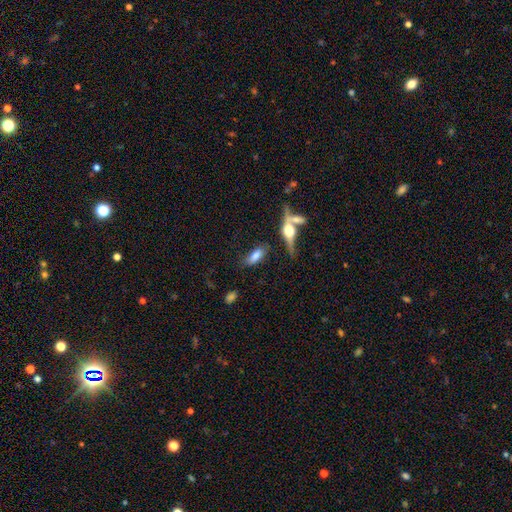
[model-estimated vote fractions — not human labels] Smooth or featured: smooth — 68% (featured or disk — 23%)
How rounded: in between — 77% (cigar-shaped — 20%)
Merging: none — 65% (minor disturbance — 18%)